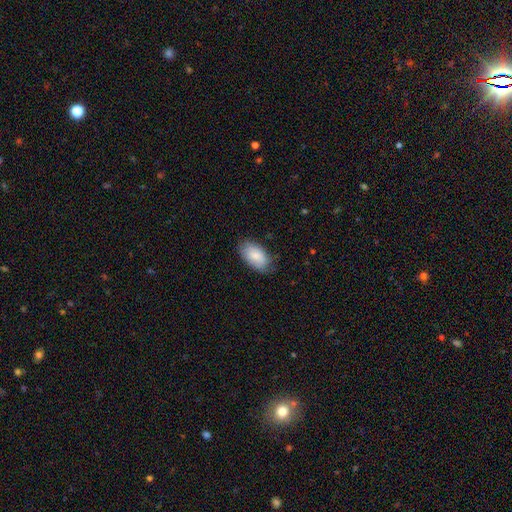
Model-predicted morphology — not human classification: type=smooth (85%); roundness=in between (94%); merging=none (75%).